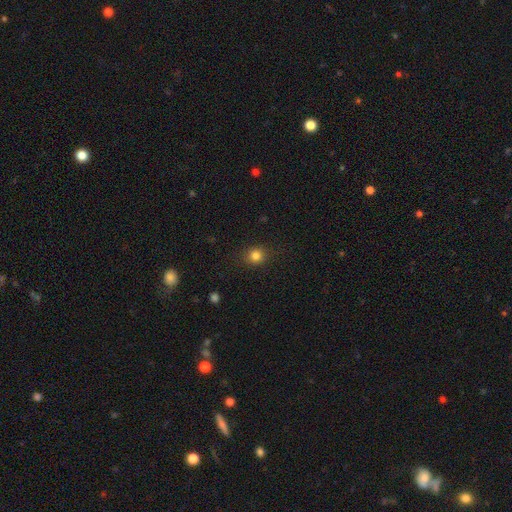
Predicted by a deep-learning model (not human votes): smooth-or-featured: smooth: 82% | star or artifact: 12% | featured or disk: 6%
  how-rounded: round: 83% | in between: 16% | cigar-shaped: 1%
  merging: none: 87% | minor disturbance: 9% | major disturbance: 3% | merger: 1%